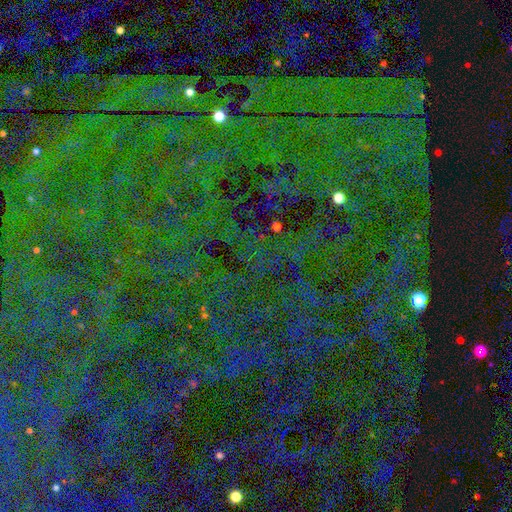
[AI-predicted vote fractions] smooth_or_featured: star or artifact (p=0.83) [alt: smooth p=0.09]